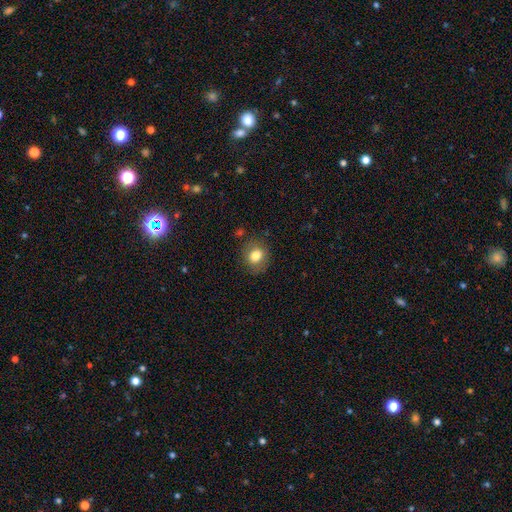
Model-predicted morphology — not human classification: Smooth or featured? smooth (80%)
How rounded? round (70%)
Merging? none (82%)